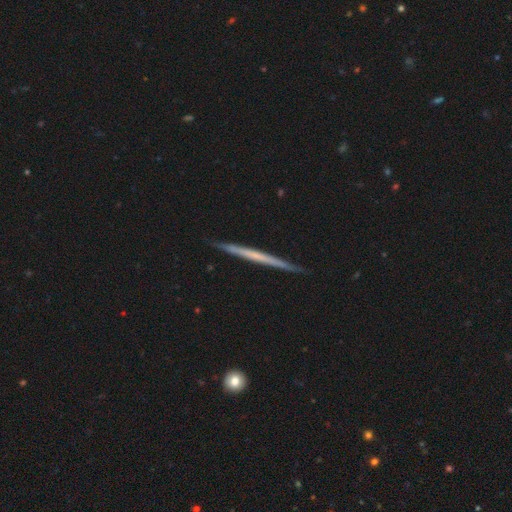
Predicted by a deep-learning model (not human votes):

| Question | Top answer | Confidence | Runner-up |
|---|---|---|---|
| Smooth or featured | featured or disk | 61% | smooth (34%) |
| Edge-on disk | yes | 98% | no (2%) |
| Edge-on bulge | none | 89% | rounded (7%) |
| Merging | none | 90% | minor disturbance (7%) |